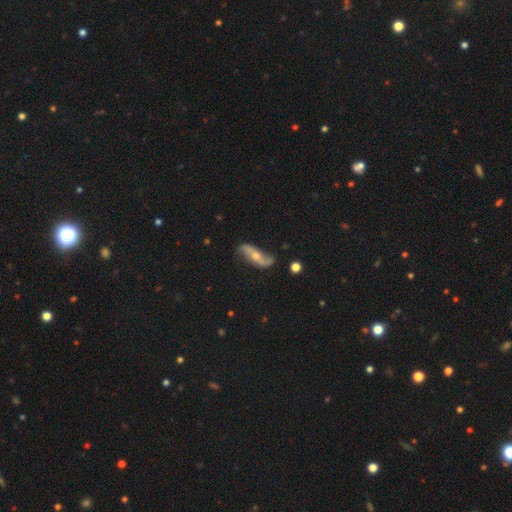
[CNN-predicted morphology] Smooth or featured?
  - featured or disk: 81% *
  - smooth: 13%
  - star or artifact: 6%
Edge-on disk?
  - no: 84% *
  - yes: 16%
Bar?
  - no: 58% *
  - weak: 26%
  - strong: 15%
Spiral arms?
  - yes: 92% *
  - no: 8%
Spiral winding?
  - loose: 83% *
  - medium: 12%
  - tight: 5%
Spiral arm count?
  - 2: 92% *
  - can't tell: 3%
  - 1: 2%
  - 3: 1%
  - 4: 1%
  - more than 4: 1%
Bulge size?
  - moderate: 58% *
  - small: 37%
  - large: 3%
  - none: 2%
  - dominant: 1%
Merging?
  - none: 75% *
  - minor disturbance: 18%
  - major disturbance: 5%
  - merger: 3%